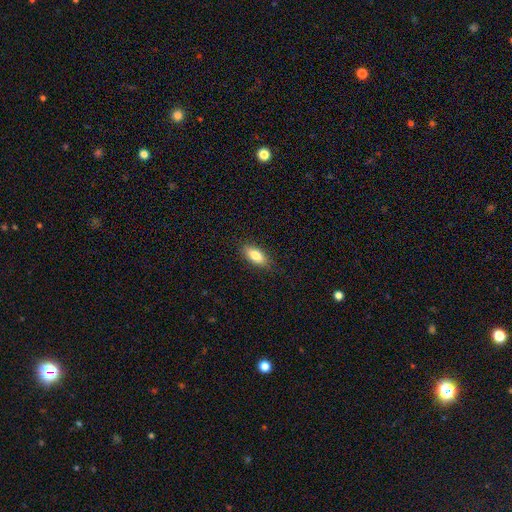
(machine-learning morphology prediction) A smooth galaxy with no disk features (82%) that is in between round and cigar-shaped (83%). Merging: none (86%).